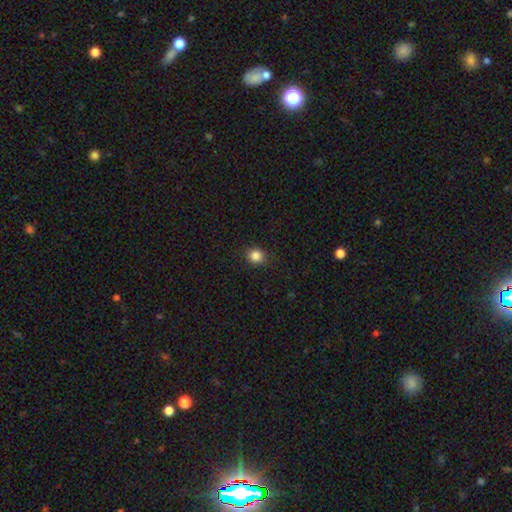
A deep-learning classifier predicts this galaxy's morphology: smooth_or_featured: smooth (p=0.85) [alt: star or artifact p=0.11]
how_rounded: round (p=0.77) [alt: in between p=0.22]
merging: none (p=0.90) [alt: minor disturbance p=0.07]